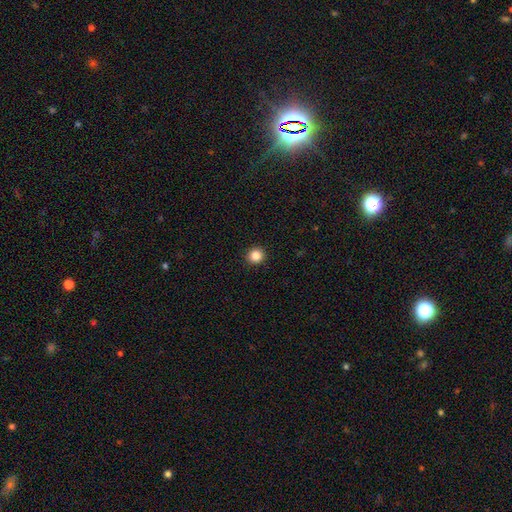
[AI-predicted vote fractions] A smooth galaxy with no disk features (86%) that is round (93%).

Vote fractions:
- Smooth or featured? smooth: 86% / star or artifact: 11% / featured or disk: 4%
- How rounded? round: 93% / in between: 6% / cigar-shaped: 1%
- Merging? none: 93% / minor disturbance: 4% / major disturbance: 2% / merger: 1%